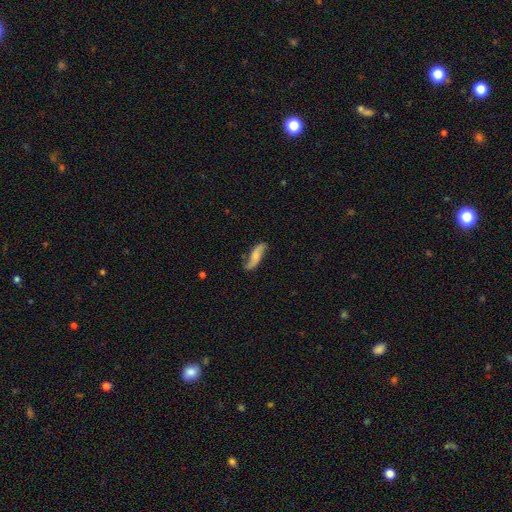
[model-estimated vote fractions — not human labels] Smooth or featured? Predicted: featured or disk (p=0.51). Edge-on disk? Predicted: no (p=0.83). Merging? Predicted: none (p=0.72).